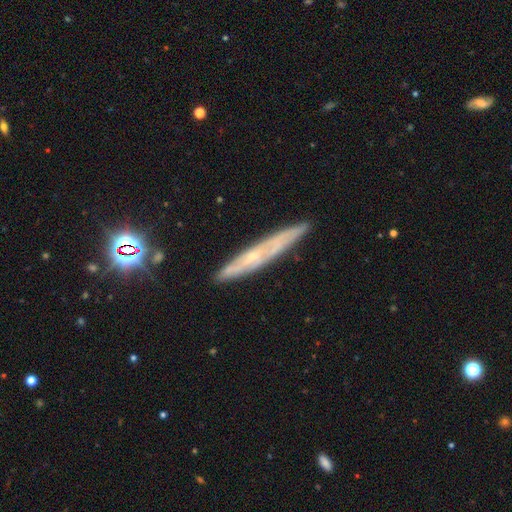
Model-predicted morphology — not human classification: Smooth or featured? featured or disk (63%)
Edge-on disk? yes (76%)
Merging? none (81%)